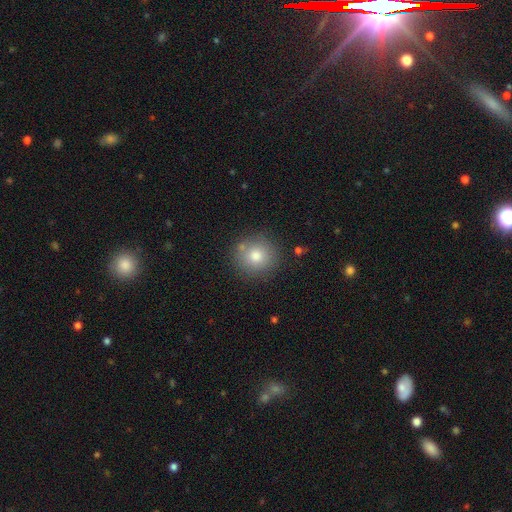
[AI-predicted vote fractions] smooth-or-featured: smooth: 78% | star or artifact: 12% | featured or disk: 10%
  how-rounded: round: 92% | in between: 7% | cigar-shaped: 1%
  merging: none: 84% | minor disturbance: 9% | merger: 4% | major disturbance: 3%